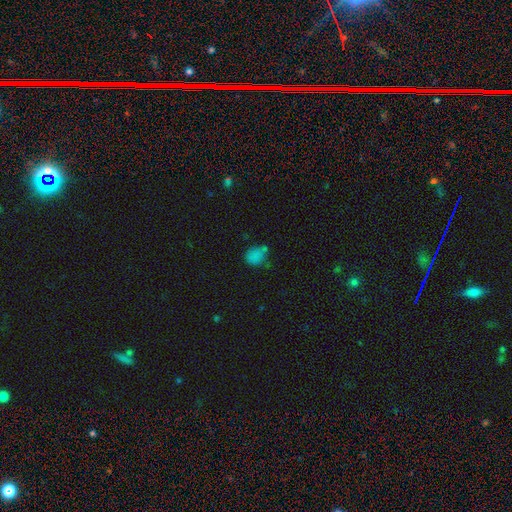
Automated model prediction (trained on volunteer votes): This appears to be a smooth galaxy with no disk features (76%) that is round (57%). Merging: none (50%).